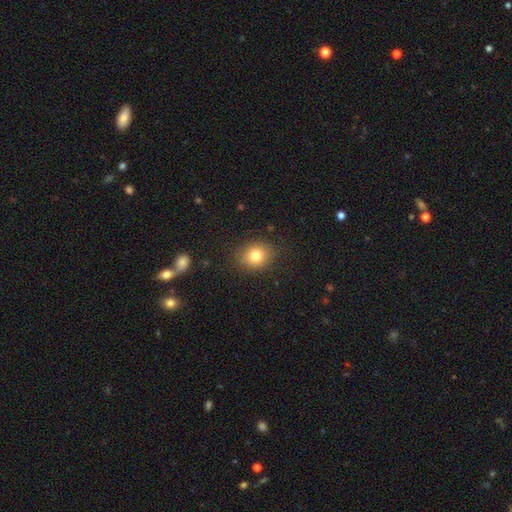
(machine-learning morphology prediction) Q: Smooth or featured?
A: smooth (79%); runner-up: star or artifact (11%)
Q: How rounded?
A: round (62%); runner-up: in between (37%)
Q: Merging?
A: none (86%); runner-up: minor disturbance (10%)